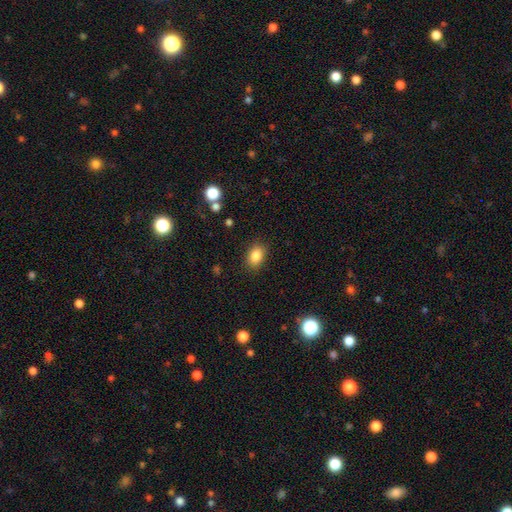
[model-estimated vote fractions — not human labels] Overall: smooth (85%). How rounded: in between (77%). Merging: none (87%).